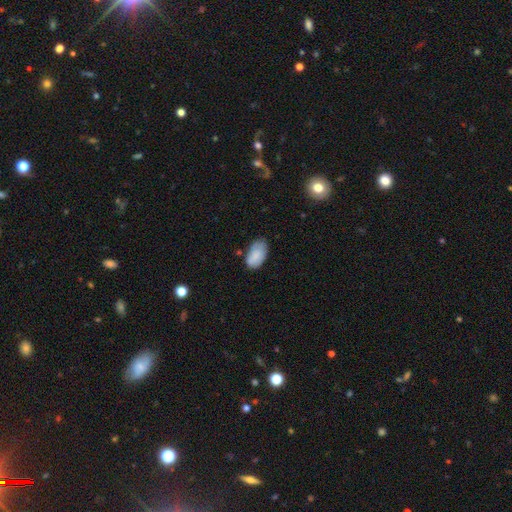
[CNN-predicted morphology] A smooth galaxy with no disk features (82%) that is in between round and cigar-shaped (95%).

Vote fractions:
- Smooth or featured? smooth: 82% / featured or disk: 11% / star or artifact: 7%
- How rounded? in between: 95% / round: 4% / cigar-shaped: 2%
- Merging? none: 63% / minor disturbance: 29% / major disturbance: 5% / merger: 3%